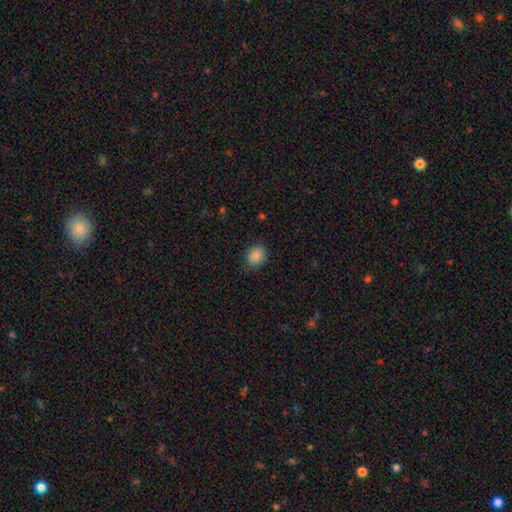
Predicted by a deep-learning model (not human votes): Smooth or featured? smooth (87%)
How rounded? round (50%)
Merging? none (81%)